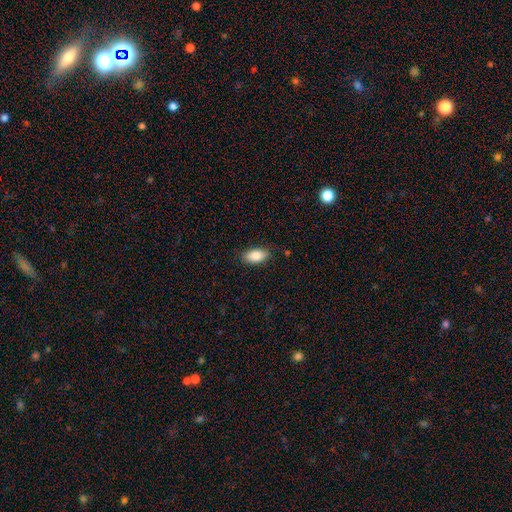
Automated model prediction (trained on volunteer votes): Morphology: type=smooth (87%); roundness=in between (92%); merging=none (85%).